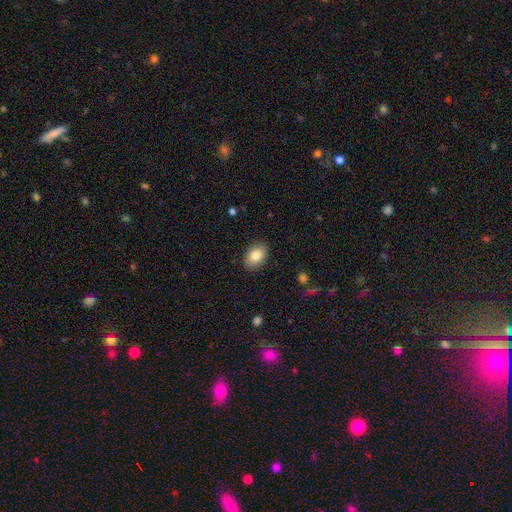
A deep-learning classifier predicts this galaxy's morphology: This appears to be a smooth galaxy with no disk features (85%) that is in between round and cigar-shaped (86%). Merging: none (88%).